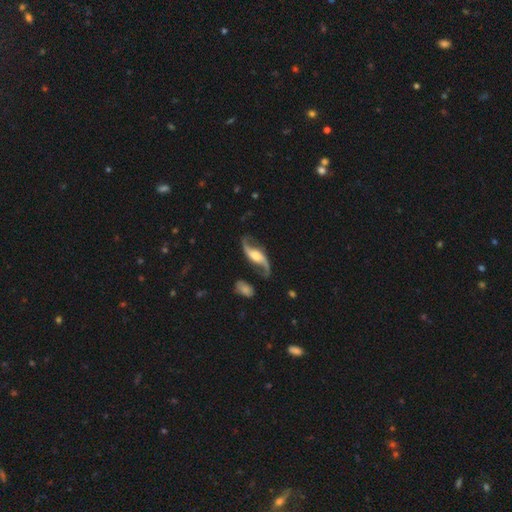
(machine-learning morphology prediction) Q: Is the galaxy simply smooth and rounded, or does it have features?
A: featured or disk — 89%.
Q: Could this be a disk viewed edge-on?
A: no — 93%.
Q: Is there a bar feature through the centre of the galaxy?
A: no — 41%.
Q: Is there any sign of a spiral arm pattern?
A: yes — 97%.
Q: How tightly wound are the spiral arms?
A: loose — 79%.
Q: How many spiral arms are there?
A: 2 — 93%.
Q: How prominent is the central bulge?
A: moderate — 42%.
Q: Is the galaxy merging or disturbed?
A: none — 74%.